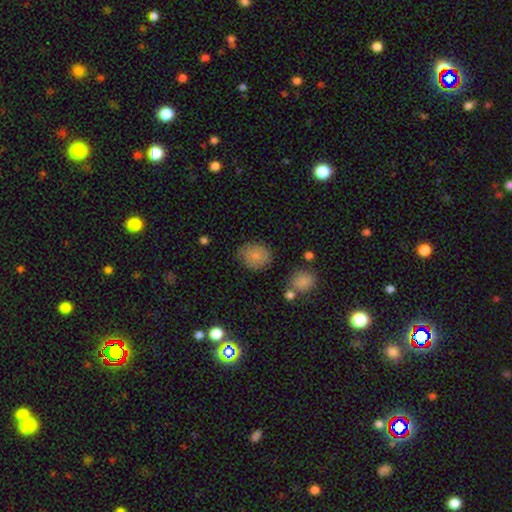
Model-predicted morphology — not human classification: Overall: smooth (81%). How rounded: round (68%; in between 31%). Merging: none (71%).